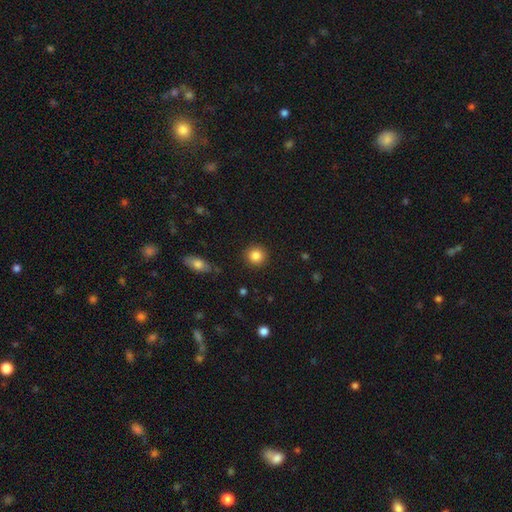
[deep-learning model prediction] Smooth or featured? smooth (86%)
How rounded? round (92%)
Merging? none (90%)